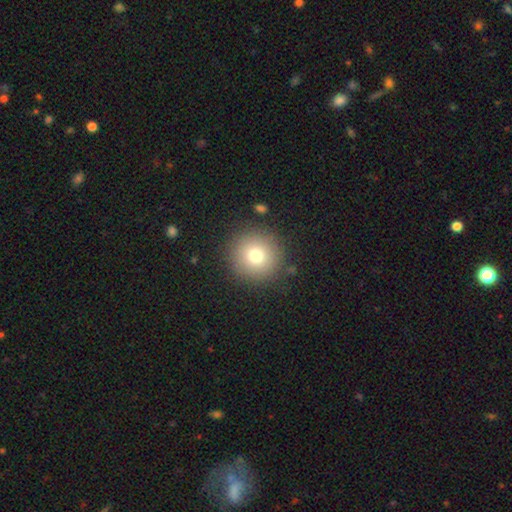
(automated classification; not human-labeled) smooth_or_featured: smooth (p=0.76) [alt: star or artifact p=0.13]
how_rounded: round (p=0.96) [alt: in between p=0.03]
merging: none (p=0.89) [alt: minor disturbance p=0.07]